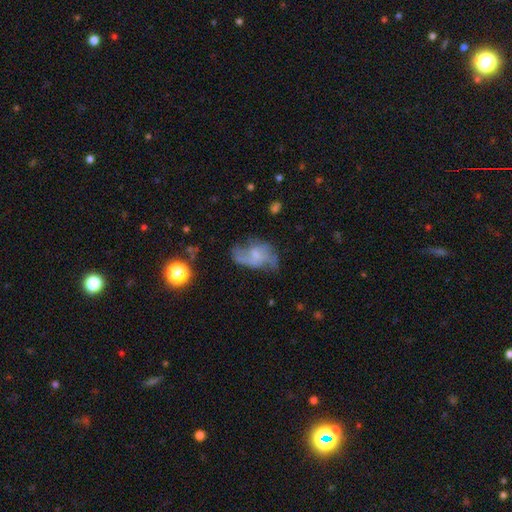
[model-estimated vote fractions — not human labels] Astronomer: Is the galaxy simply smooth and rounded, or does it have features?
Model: featured or disk — 59%.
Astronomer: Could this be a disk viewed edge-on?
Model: no — 96%.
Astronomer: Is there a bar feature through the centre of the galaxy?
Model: no — 62%.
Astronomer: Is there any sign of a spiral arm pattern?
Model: yes — 71%.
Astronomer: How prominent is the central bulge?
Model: small — 50%.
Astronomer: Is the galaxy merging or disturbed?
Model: none — 39% (runner-up: major disturbance, 28%).